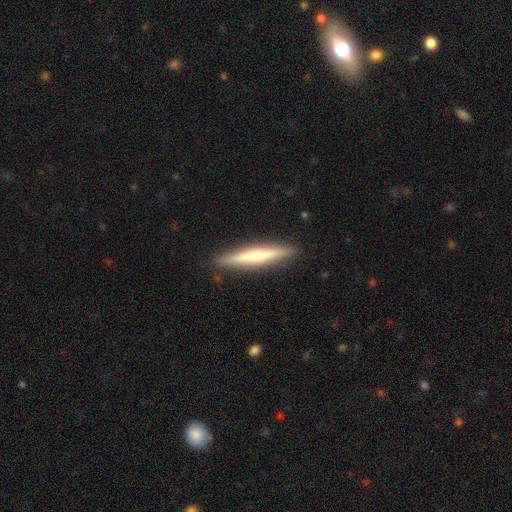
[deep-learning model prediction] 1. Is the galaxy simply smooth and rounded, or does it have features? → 53% featured or disk, 42% smooth, 5% star or artifact.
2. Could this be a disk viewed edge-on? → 96% yes, 4% no.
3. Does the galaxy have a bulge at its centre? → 67% rounded, 26% none, 7% boxy.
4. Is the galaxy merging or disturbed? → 91% none, 7% minor disturbance, 1% major disturbance, 1% merger.